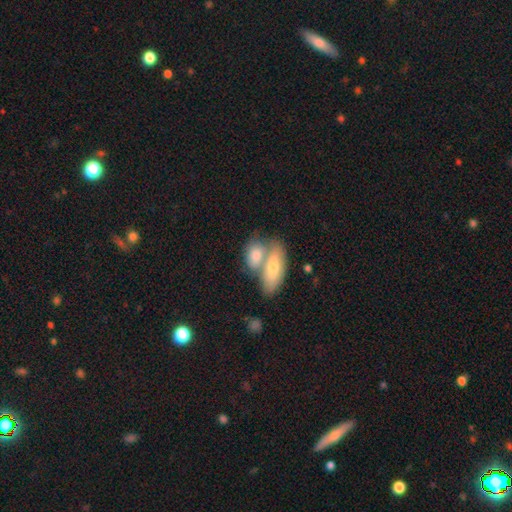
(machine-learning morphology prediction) smooth-or-featured: smooth: 74% | featured or disk: 20% | star or artifact: 6%
  how-rounded: in between: 81% | round: 10% | cigar-shaped: 9%
  merging: merger: 60% | none: 27% | minor disturbance: 9% | major disturbance: 4%